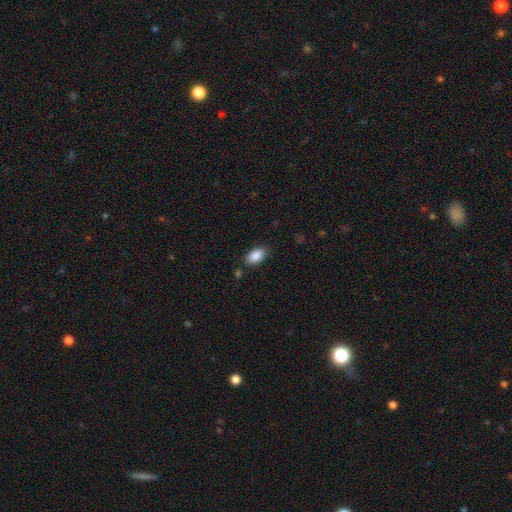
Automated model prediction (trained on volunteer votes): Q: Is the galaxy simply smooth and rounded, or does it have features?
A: smooth — 88%.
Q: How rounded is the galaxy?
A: in between — 93%.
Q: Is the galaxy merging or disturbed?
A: none — 84%.